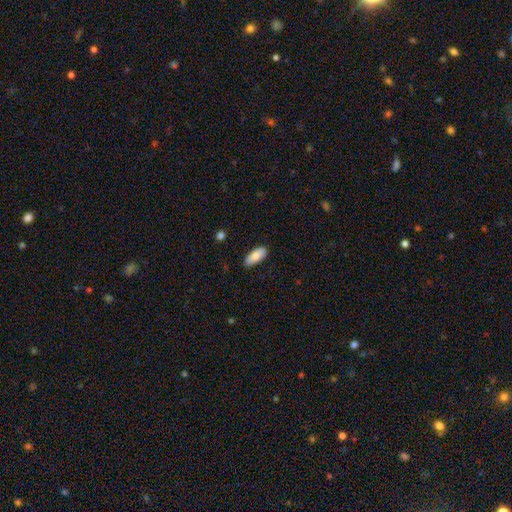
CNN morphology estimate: type=smooth (83%); roundness=in between (82%); merging=none (86%).